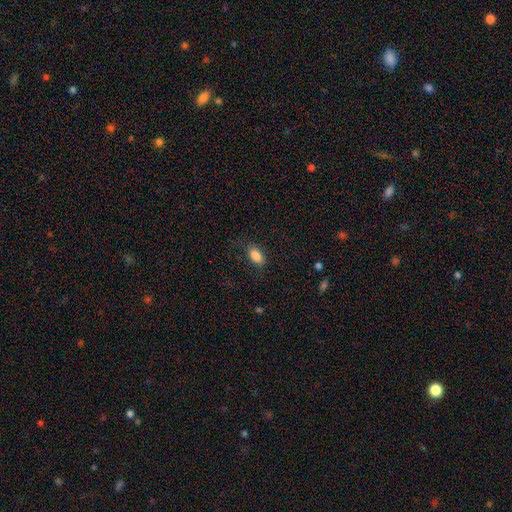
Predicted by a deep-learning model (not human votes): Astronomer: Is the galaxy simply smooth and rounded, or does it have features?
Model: smooth — 85%.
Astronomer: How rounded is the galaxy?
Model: in between — 89%.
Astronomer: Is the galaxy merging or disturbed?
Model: none — 78%.